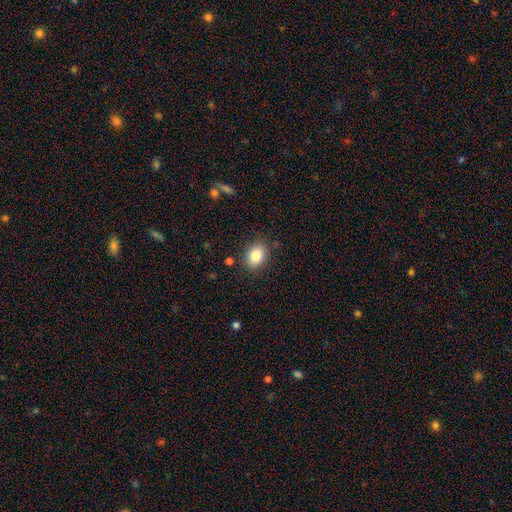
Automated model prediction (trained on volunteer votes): Overall: smooth (83%). How rounded: in between (62%; round 37%). Merging: none (84%).